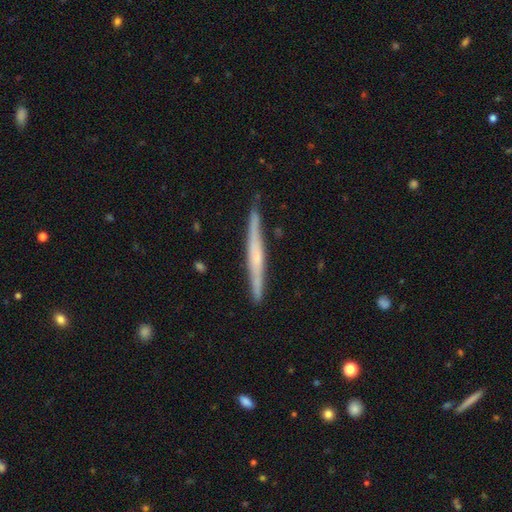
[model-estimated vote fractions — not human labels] Smooth or featured? Predicted: featured or disk (p=0.65). Edge-on disk? Predicted: yes (p=0.97). Edge-on bulge? Predicted: none (p=0.46). Merging? Predicted: none (p=0.86).